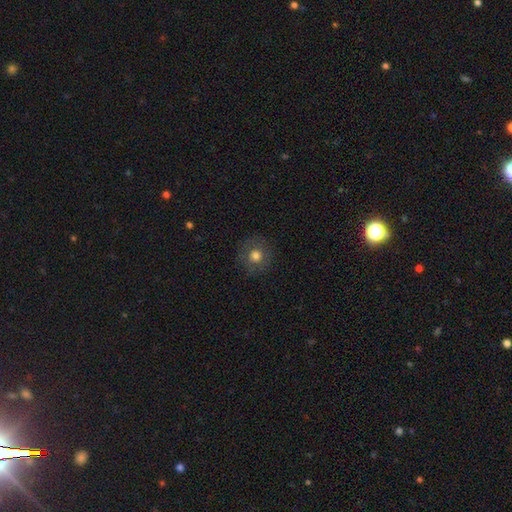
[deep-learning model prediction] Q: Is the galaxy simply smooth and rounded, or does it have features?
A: smooth — 76%.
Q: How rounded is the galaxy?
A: round — 93%.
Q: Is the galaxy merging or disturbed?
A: none — 88%.